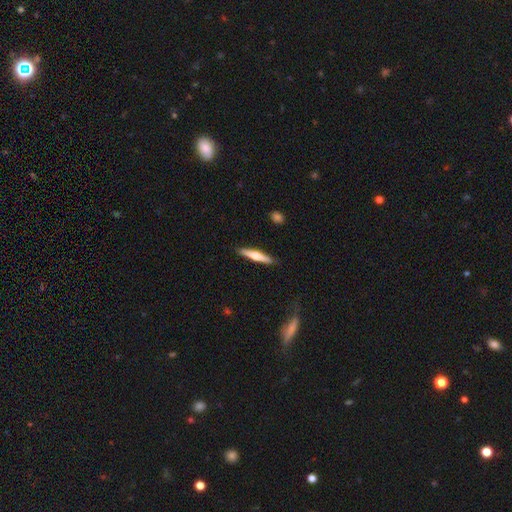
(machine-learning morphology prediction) smooth-or-featured: featured or disk: 52% | smooth: 43% | star or artifact: 5%
  disk-edge-on: yes: 96% | no: 4%
    edge-on-bulge: rounded: 86% | none: 7% | boxy: 6%
  merging: none: 89% | minor disturbance: 8% | major disturbance: 2% | merger: 1%